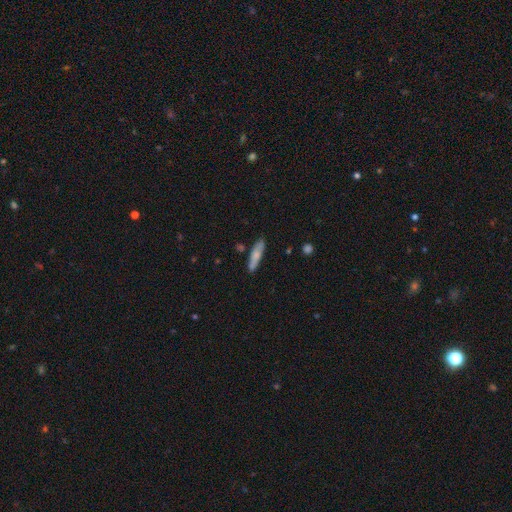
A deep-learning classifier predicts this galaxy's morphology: This is likely a smooth galaxy (73%). How rounded: likely cigar-shaped (78%). Merging: clearly none (82%).